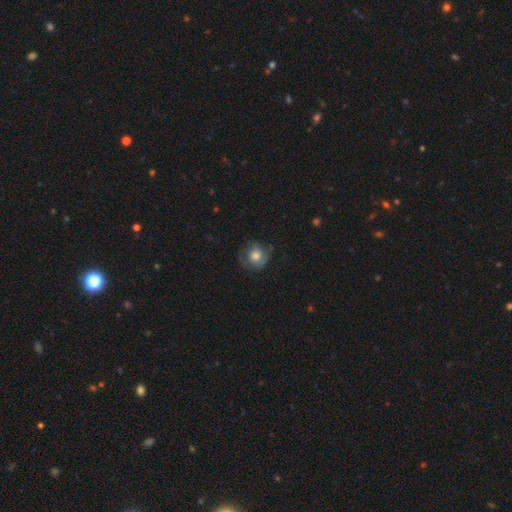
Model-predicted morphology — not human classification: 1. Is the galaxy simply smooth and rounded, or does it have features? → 70% smooth, 22% featured or disk, 8% star or artifact.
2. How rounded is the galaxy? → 84% round, 15% in between, 1% cigar-shaped.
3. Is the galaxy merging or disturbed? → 62% none, 24% minor disturbance, 12% major disturbance, 1% merger.